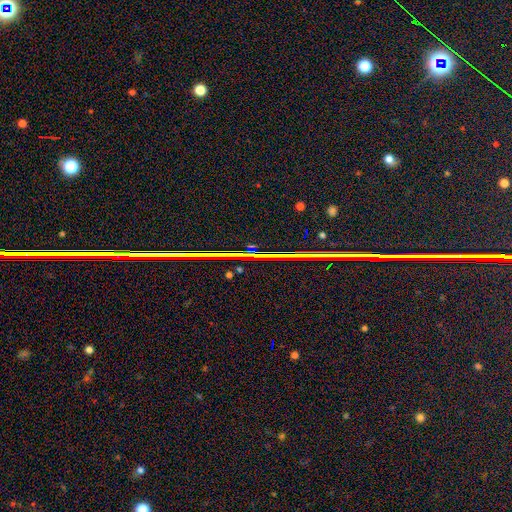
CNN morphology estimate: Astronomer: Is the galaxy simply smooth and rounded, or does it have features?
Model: star or artifact — 84%.